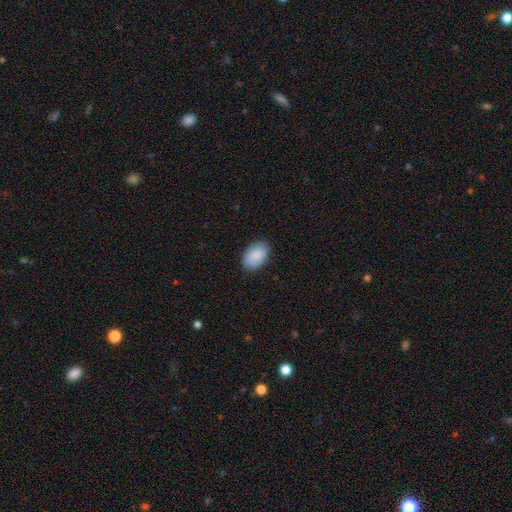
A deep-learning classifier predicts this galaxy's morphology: Q: Smooth or featured?
A: smooth (87%); runner-up: featured or disk (7%)
Q: How rounded?
A: in between (90%); runner-up: round (9%)
Q: Merging?
A: none (86%); runner-up: minor disturbance (11%)